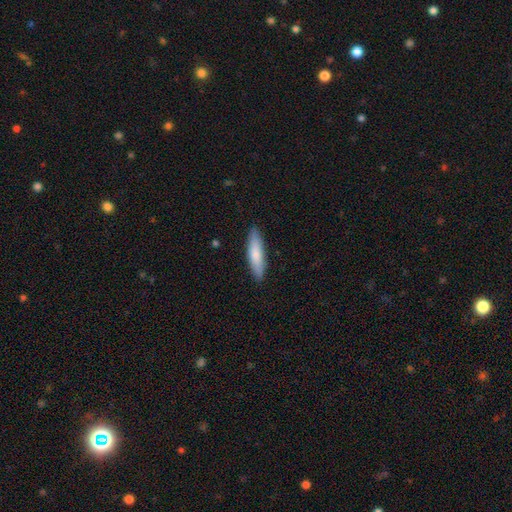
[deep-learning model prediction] Morphology: type=smooth (77%); roundness=cigar-shaped (74%); merging=none (89%).